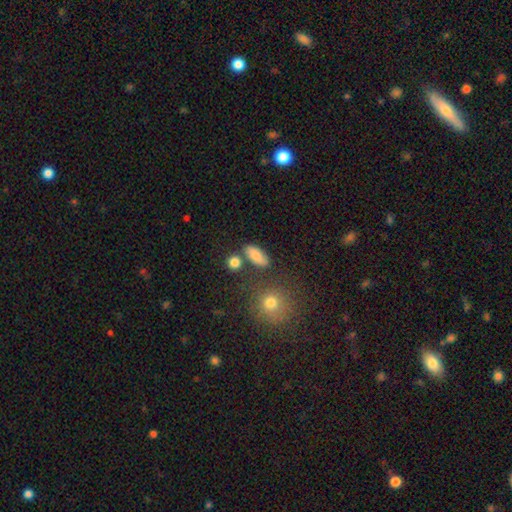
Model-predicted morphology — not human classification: Smooth or featured: smooth — 82% (star or artifact — 9%)
How rounded: in between — 76% (round — 13%)
Merging: none — 72% (minor disturbance — 14%)